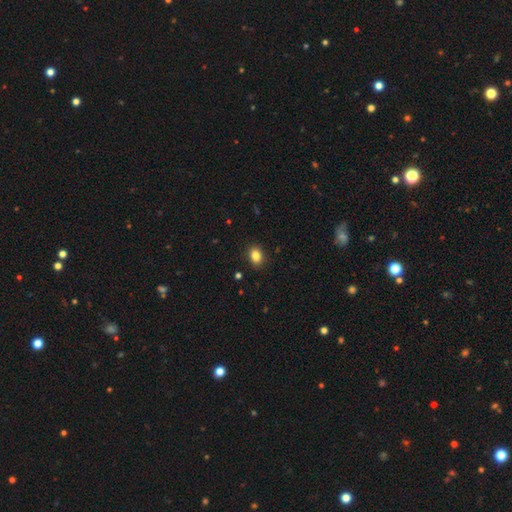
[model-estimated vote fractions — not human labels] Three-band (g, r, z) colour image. It shows a smooth galaxy with no disk features (85%) that is in between round and cigar-shaped (72%). Merging: none (88%).